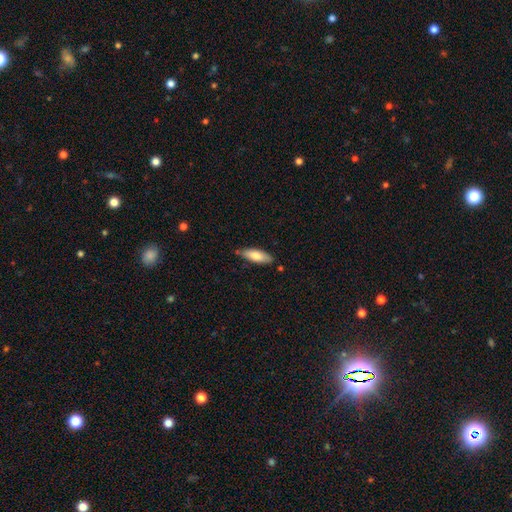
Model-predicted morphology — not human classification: The model was most divided on "how rounded": in between: 60%, cigar-shaped: 38%, round: 2%. More confident: merging — none (79%); smooth or featured — smooth (76%).